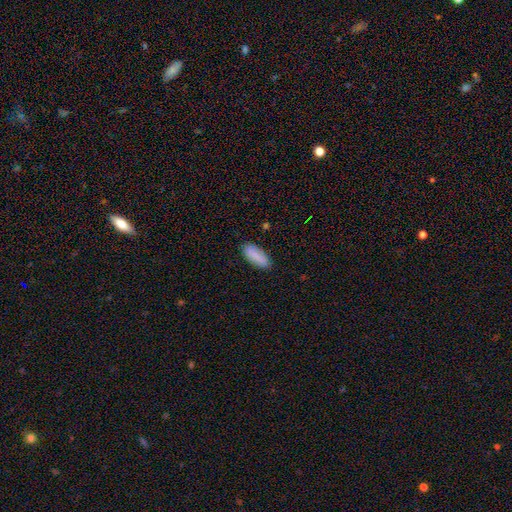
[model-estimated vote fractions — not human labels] Smooth or featured? Predicted: smooth (p=0.86). How rounded? Predicted: in between (p=0.71). Merging? Predicted: none (p=0.85).